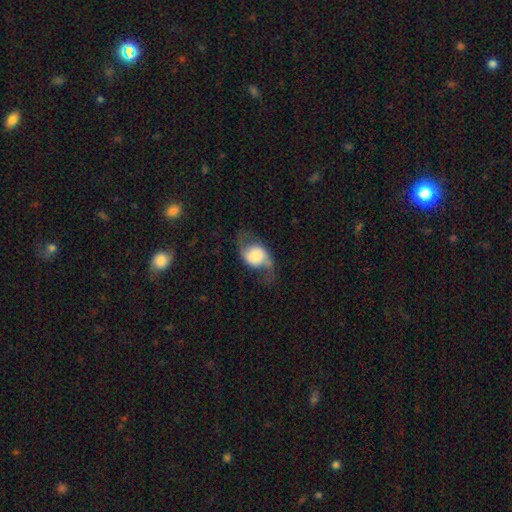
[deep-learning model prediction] This is likely a featured or disk galaxy (63%). It is clearly not viewed edge-on (94%). Bar: likely no (66%). Spiral arm pattern: clearly yes (88%). Spiral arm count: clearly 2 (91%). Spiral winding: likely loose (70%). Central bulge: marginally large (38%). Merging: likely none (61%).